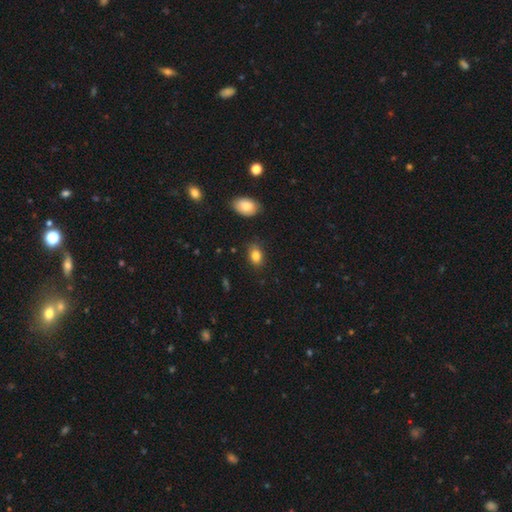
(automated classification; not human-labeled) Smooth or featured? smooth (84%)
How rounded? in between (83%)
Merging? none (83%)